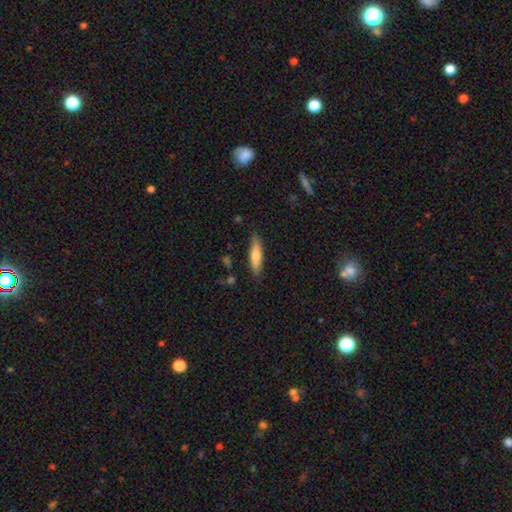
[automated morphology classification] Smooth or featured? smooth (72%)
How rounded? cigar-shaped (71%)
Merging? none (82%)